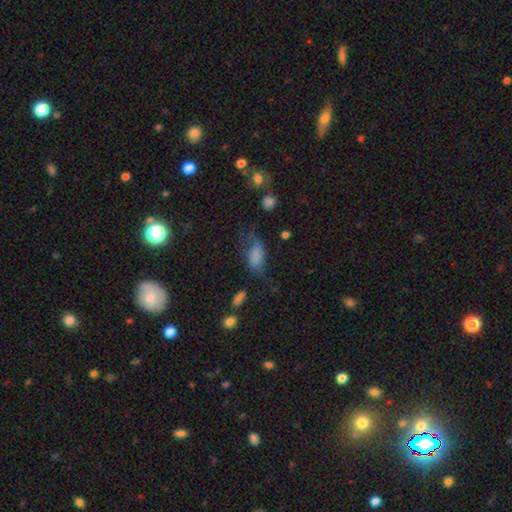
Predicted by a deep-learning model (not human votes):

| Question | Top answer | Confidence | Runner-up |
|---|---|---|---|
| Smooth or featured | smooth | 73% | featured or disk (16%) |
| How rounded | in between | 88% | cigar-shaped (7%) |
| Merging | none | 36% | major disturbance (30%) |